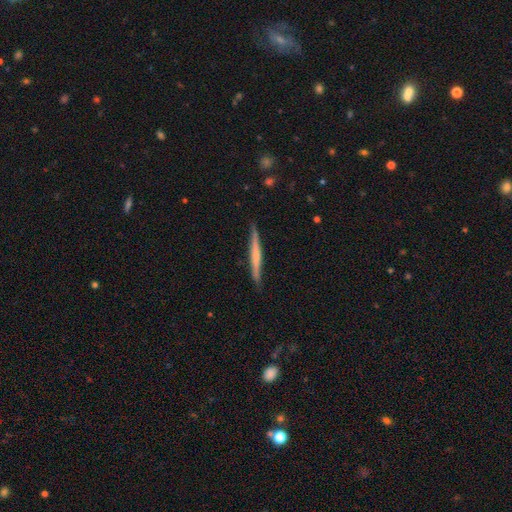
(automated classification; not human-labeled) Smooth or featured? featured or disk (49%)
Merging? none (88%)